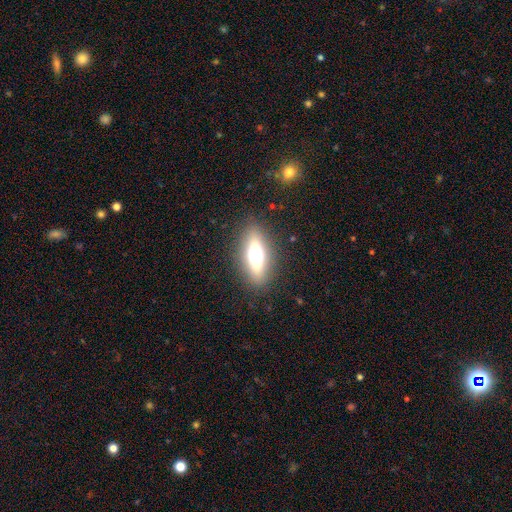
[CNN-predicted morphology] Smooth or featured? smooth (45%)
Merging? none (86%)